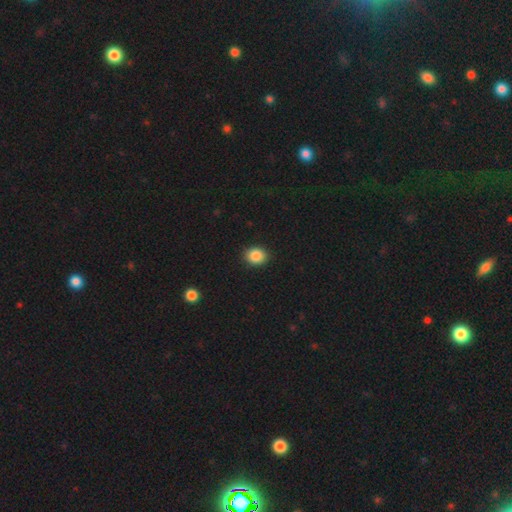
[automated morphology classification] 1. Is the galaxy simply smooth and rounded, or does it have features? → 88% smooth, 9% star or artifact, 3% featured or disk.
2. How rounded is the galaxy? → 61% round, 38% in between, 1% cigar-shaped.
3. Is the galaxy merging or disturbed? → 90% none, 7% minor disturbance, 2% major disturbance, 1% merger.